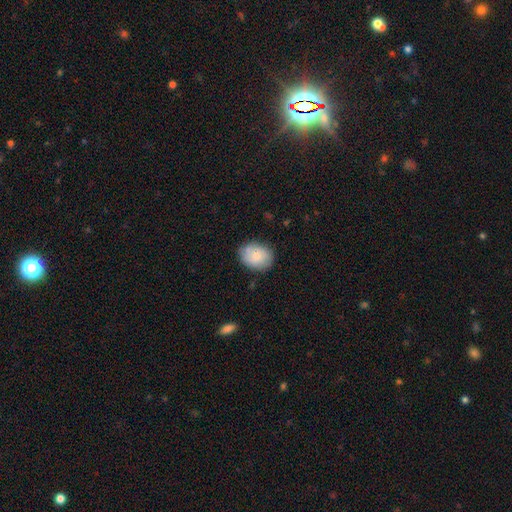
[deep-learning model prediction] Smooth or featured? smooth (76%)
How rounded? in between (55%)
Merging? none (76%)